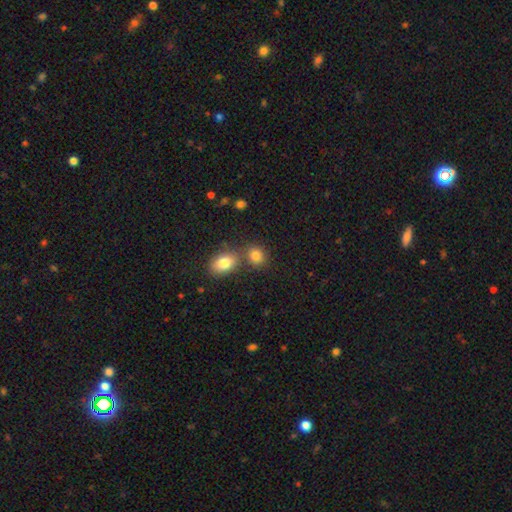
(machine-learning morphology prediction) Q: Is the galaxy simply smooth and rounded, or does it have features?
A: smooth — 82%.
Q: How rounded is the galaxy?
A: round — 61%.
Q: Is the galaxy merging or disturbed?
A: none — 58%.